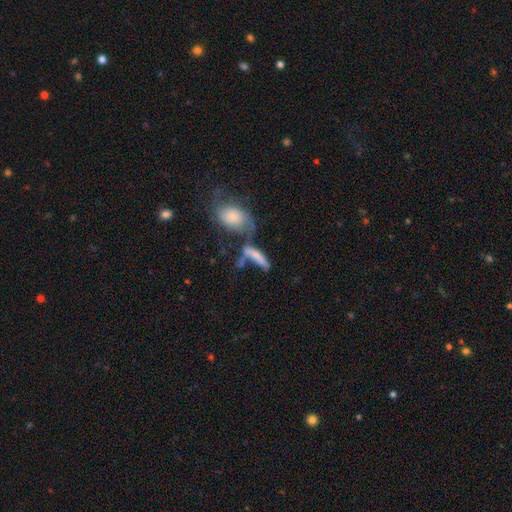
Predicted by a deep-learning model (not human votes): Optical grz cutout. It shows a smooth galaxy with no disk features (62%) that is cigar-shaped (55%). Merging: merger (44%).